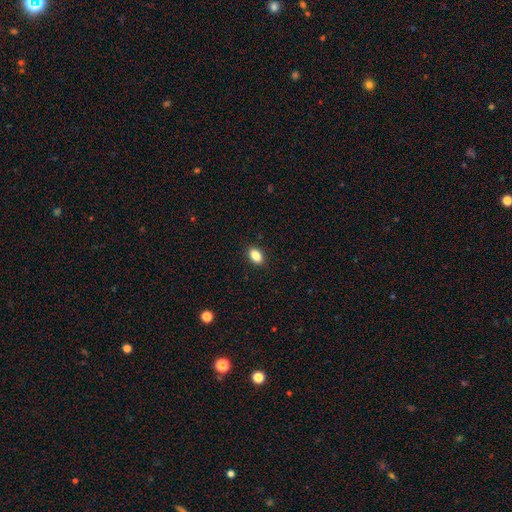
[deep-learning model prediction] Morphology: type=smooth (86%); roundness=in between (88%); merging=none (90%).